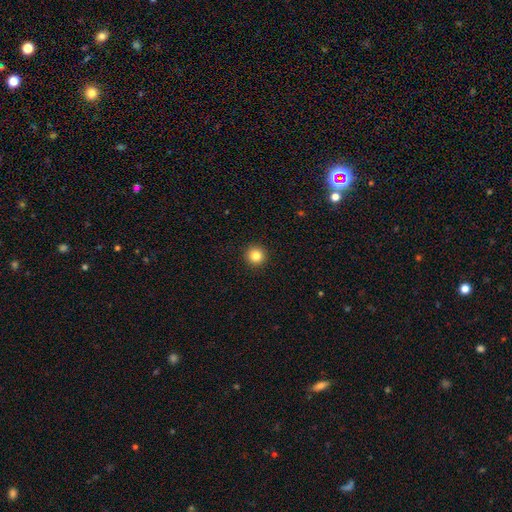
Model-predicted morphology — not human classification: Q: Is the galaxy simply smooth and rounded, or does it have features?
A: smooth — 83%.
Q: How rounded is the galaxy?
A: round — 96%.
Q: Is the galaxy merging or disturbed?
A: none — 93%.